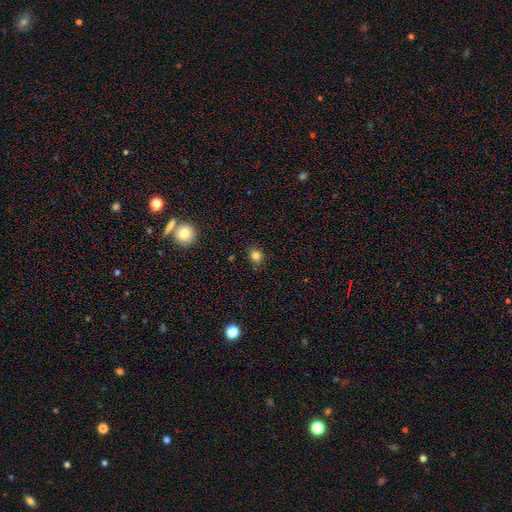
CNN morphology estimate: smooth_or_featured: smooth (p=0.82) [alt: star or artifact p=0.13]
how_rounded: round (p=0.68) [alt: in between p=0.31]
merging: none (p=0.84) [alt: minor disturbance p=0.11]